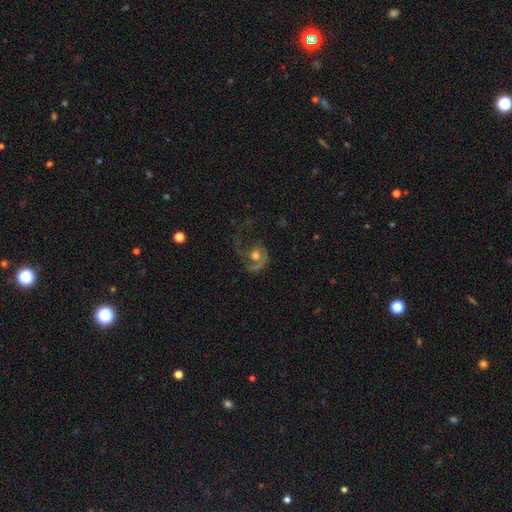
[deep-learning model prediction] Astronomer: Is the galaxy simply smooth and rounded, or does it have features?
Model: featured or disk — 74%.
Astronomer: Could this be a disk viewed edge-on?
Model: no — 97%.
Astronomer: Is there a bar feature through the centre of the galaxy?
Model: no — 75%.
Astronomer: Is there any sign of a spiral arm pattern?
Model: yes — 88%.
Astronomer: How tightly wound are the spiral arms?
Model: medium — 41% (runner-up: loose, 40%).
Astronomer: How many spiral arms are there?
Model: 1 — 62%.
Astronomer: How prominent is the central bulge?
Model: moderate — 63%.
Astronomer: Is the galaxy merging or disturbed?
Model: major disturbance — 46% (runner-up: none, 35%).